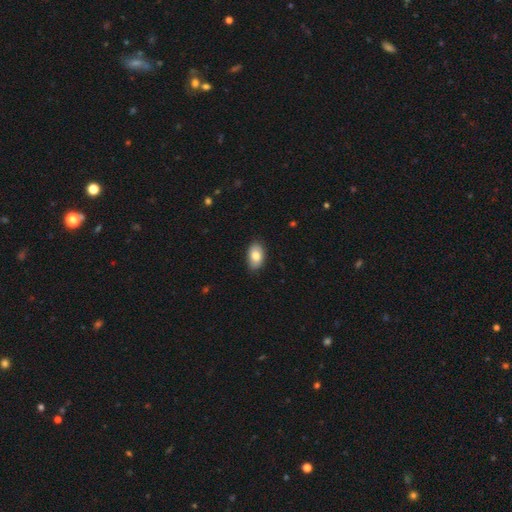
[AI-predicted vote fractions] This is clearly a smooth galaxy (81%). How rounded: clearly in between (92%). Merging: clearly none (85%).